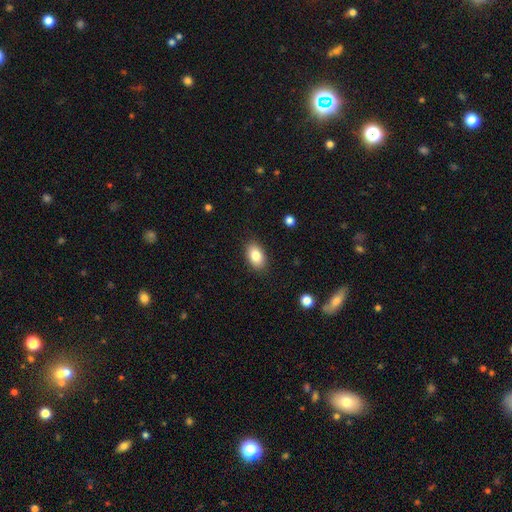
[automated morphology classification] The model was most divided on "smooth or featured": smooth: 84%, featured or disk: 8%, star or artifact: 8%. More confident: how rounded — in between (90%); merging — none (87%).